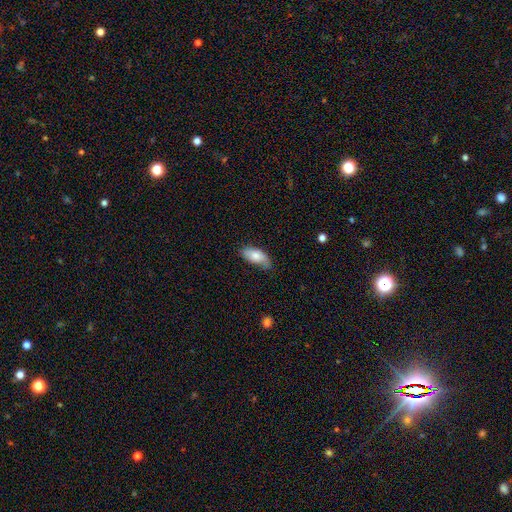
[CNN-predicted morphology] smooth 74%, featured or disk 20%, star or artifact 6%. Down the decision tree: how rounded — in between (90%); merging — none (58%).